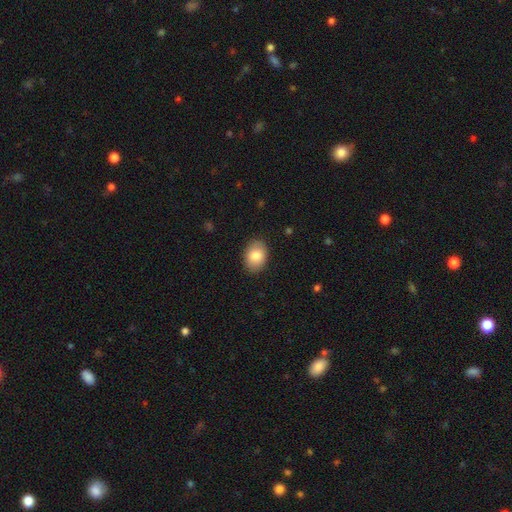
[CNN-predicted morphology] Smooth or featured? smooth (84%)
How rounded? in between (78%)
Merging? none (88%)